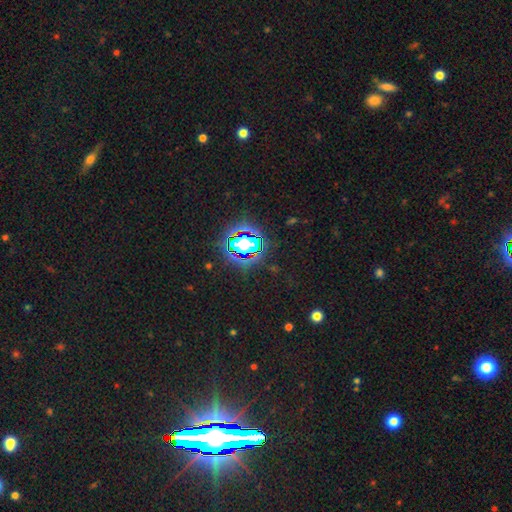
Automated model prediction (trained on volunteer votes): smooth-or-featured: star or artifact: 74% | smooth: 16% | featured or disk: 10%